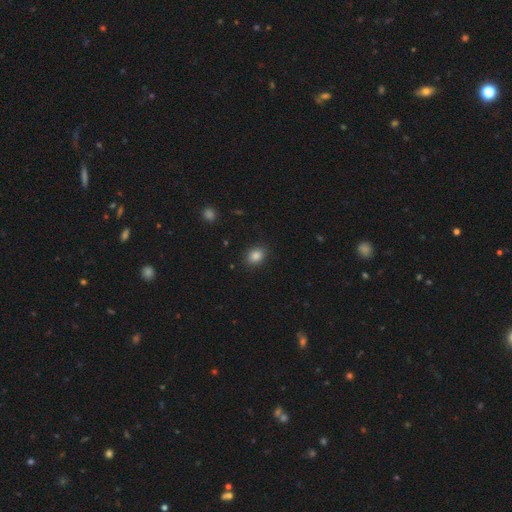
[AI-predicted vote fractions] This is clearly a smooth galaxy (86%). How rounded: likely in between (61%). Merging: clearly none (88%).